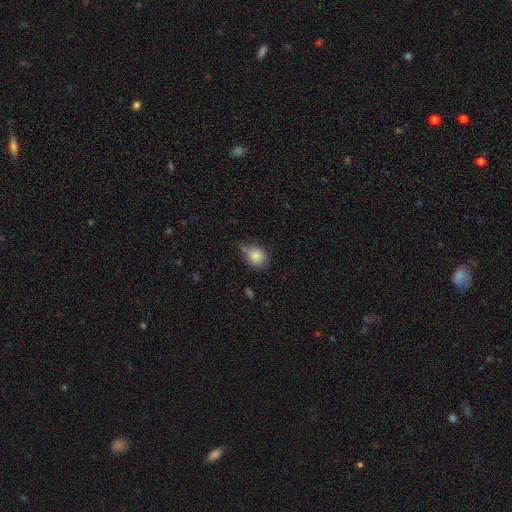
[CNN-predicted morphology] smooth 85%, star or artifact 9%, featured or disk 6%. Down the decision tree: how rounded — round (63%); merging — none (61%).